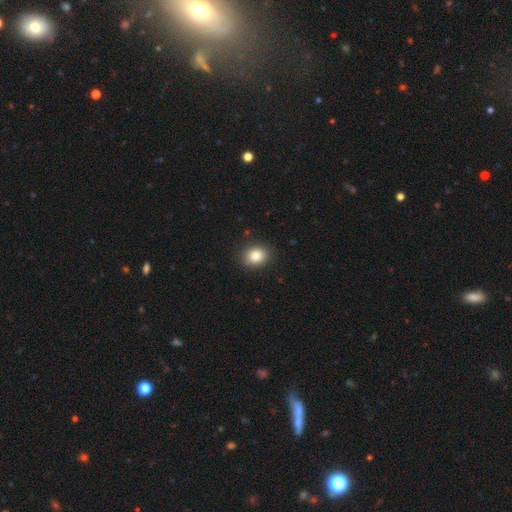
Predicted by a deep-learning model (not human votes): This is clearly a smooth galaxy (85%). How rounded: possibly round (60%). Merging: clearly none (88%).